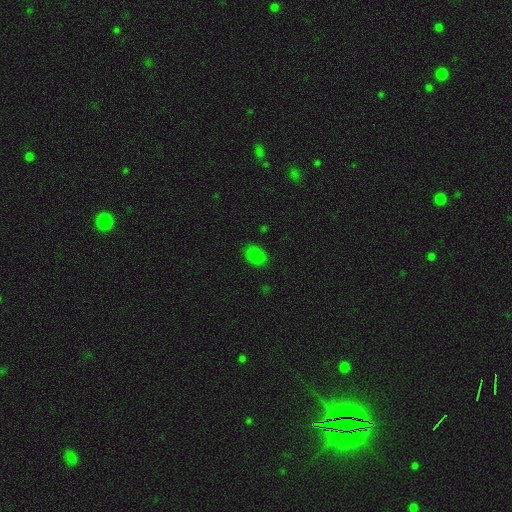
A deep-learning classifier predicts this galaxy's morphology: Smooth or featured? smooth (83%)
How rounded? in between (84%)
Merging? none (83%)